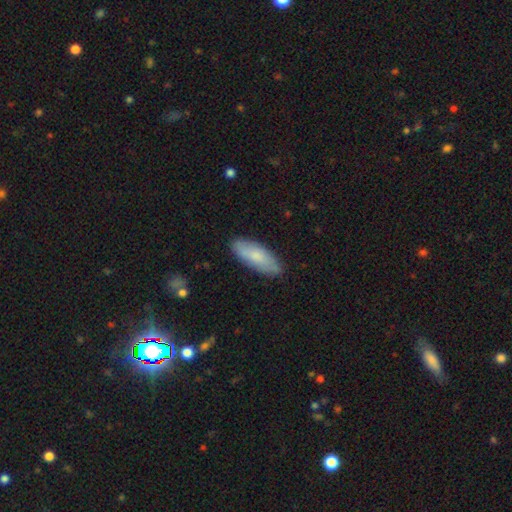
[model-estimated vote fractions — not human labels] A smooth galaxy with no disk features (77%) that is in between round and cigar-shaped (68%). Merging: none (86%).